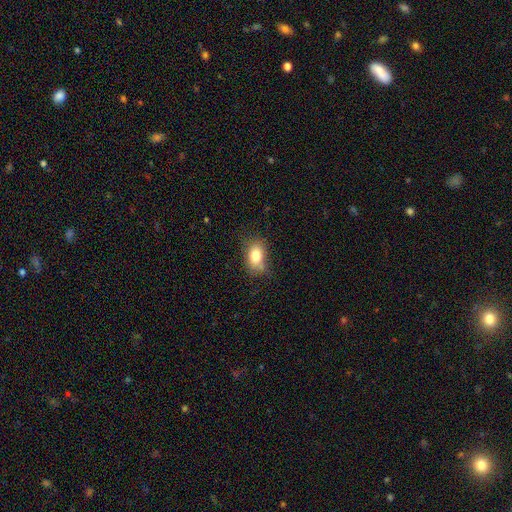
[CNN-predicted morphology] This is likely a smooth galaxy (80%). How rounded: likely in between (79%). Merging: likely none (64%).